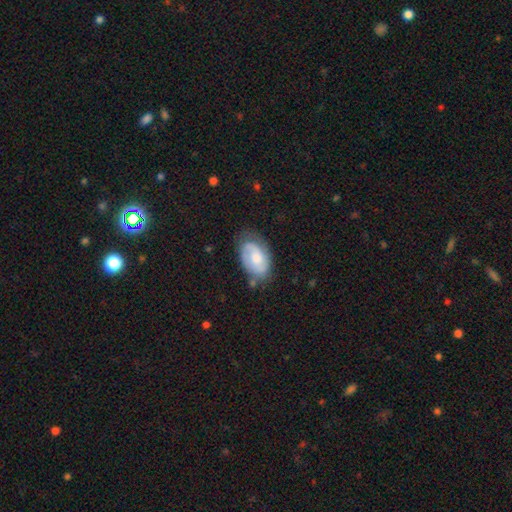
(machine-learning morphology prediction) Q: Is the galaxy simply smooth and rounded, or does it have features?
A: featured or disk — 61%.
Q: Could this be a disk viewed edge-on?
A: no — 95%.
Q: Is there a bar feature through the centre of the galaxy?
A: no — 59%.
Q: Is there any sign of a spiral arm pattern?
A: yes — 87%.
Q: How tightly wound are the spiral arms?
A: medium — 42%.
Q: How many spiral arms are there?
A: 2 — 71%.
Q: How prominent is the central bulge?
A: moderate — 56%.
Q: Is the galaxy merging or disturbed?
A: none — 70%.